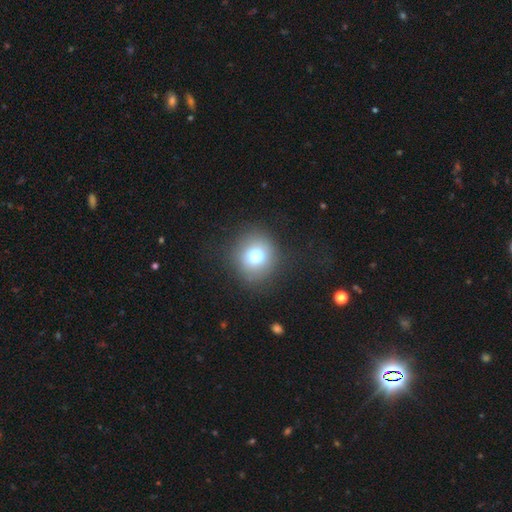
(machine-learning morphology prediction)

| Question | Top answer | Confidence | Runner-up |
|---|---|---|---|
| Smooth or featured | smooth | 72% | star or artifact (16%) |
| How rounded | round | 90% | in between (9%) |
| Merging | none | 86% | minor disturbance (8%) |